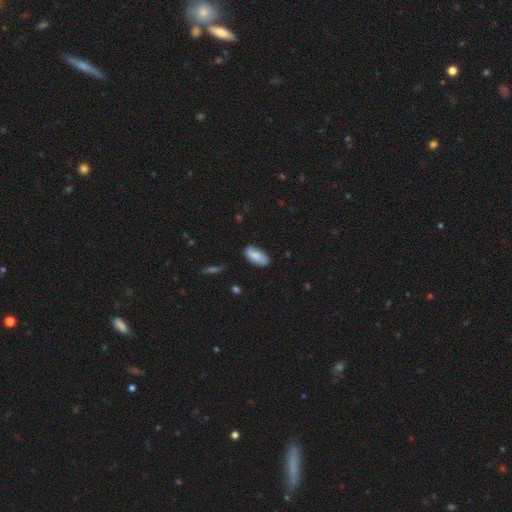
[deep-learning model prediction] The model was most divided on "merging": none: 72%, minor disturbance: 22%, major disturbance: 4%, merger: 2%. More confident: how rounded — in between (93%); smooth or featured — smooth (75%).